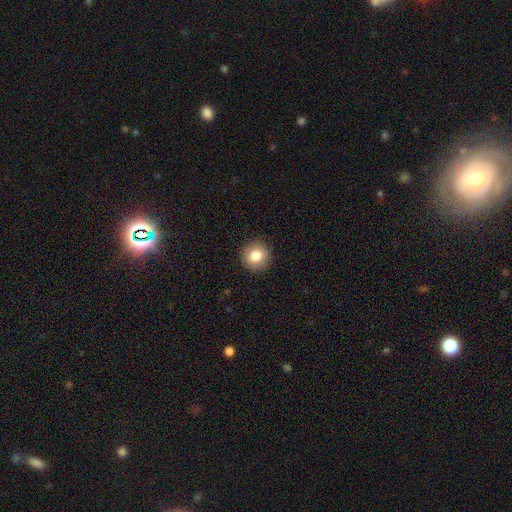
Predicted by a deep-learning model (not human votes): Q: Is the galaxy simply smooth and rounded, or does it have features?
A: smooth — 82%.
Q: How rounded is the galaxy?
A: round — 94%.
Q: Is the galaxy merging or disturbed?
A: none — 92%.